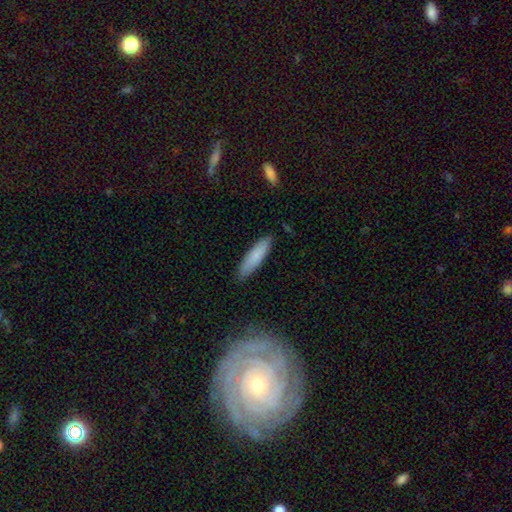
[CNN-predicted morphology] A smooth galaxy with no disk features (83%) that is cigar-shaped (72%). Merging: none (85%).